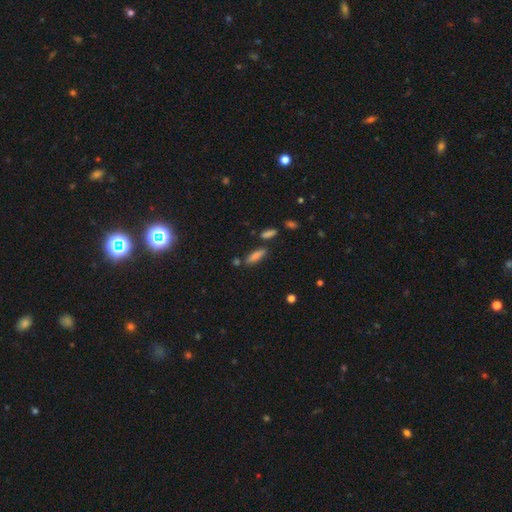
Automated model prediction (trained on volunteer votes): Smooth or featured: smooth — 69% (star or artifact — 16%)
How rounded: cigar-shaped — 50% (in between — 47%)
Merging: none — 73% (minor disturbance — 13%)